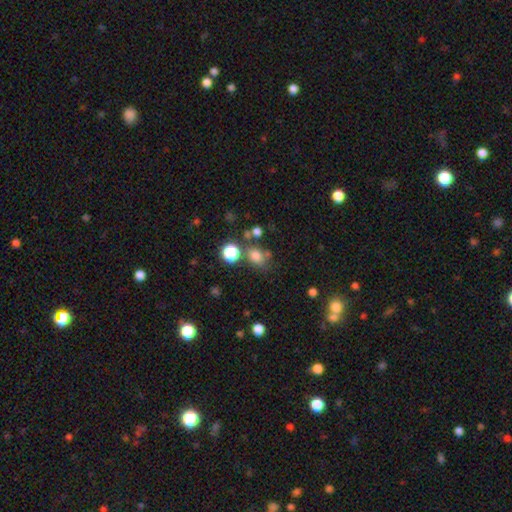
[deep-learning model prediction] This is likely a smooth galaxy (74%). How rounded: possibly round (54%). Merging: likely none (64%).